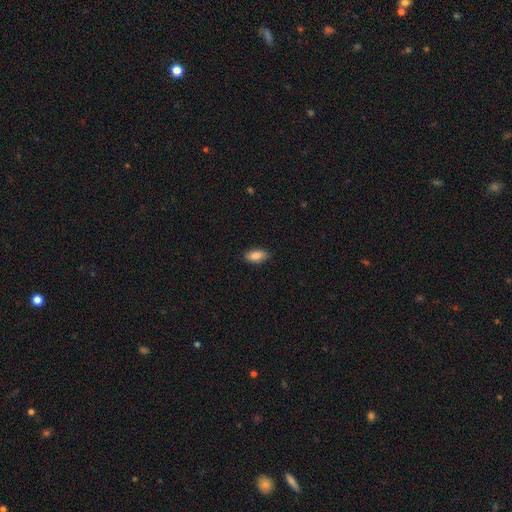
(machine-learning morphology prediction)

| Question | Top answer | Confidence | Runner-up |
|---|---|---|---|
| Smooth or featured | smooth | 85% | featured or disk (9%) |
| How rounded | in between | 87% | cigar-shaped (11%) |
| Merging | none | 86% | minor disturbance (11%) |